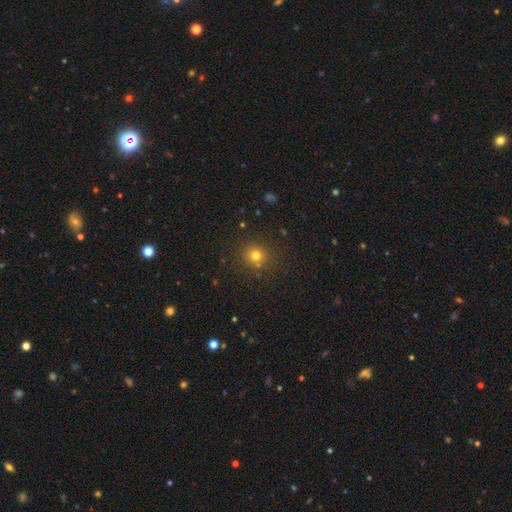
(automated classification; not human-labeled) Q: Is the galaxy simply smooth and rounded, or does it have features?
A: smooth — 75%.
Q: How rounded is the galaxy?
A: round — 92%.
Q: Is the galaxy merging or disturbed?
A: none — 84%.